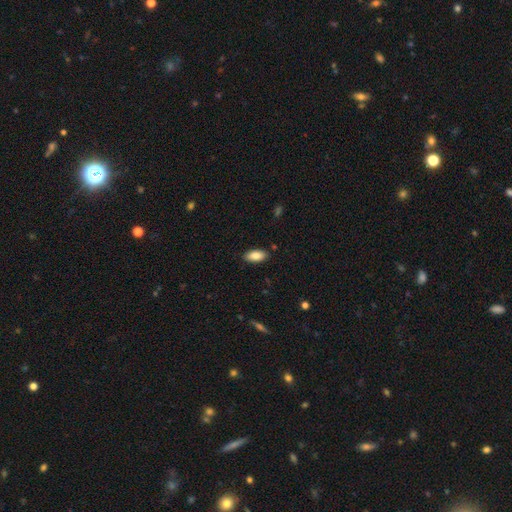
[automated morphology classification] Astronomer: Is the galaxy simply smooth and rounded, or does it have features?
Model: smooth — 87%.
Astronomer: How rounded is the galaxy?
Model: in between — 90%.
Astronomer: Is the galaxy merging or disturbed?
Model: none — 88%.